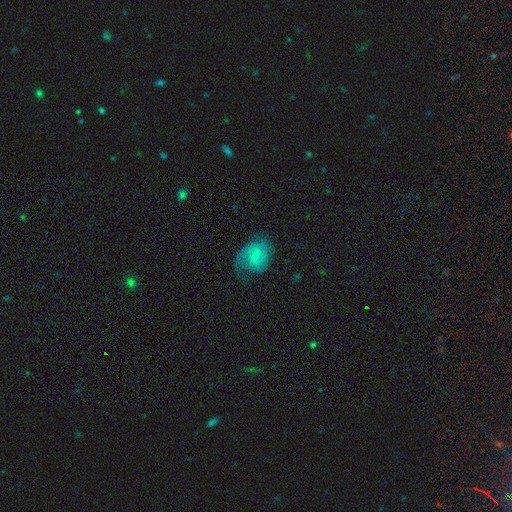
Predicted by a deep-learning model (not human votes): Smooth or featured: featured or disk — 66% (smooth — 27%)
Edge-on disk: no — 97% (yes — 3%)
Bar: weak — 49% (no — 43%)
Spiral arms: yes — 92% (no — 8%)
Spiral winding: medium — 47% (tight — 30%)
Spiral arm count: 2 — 69% (can't tell — 12%)
Bulge size: small — 62% (moderate — 22%)
Merging: none — 59% (minor disturbance — 23%)